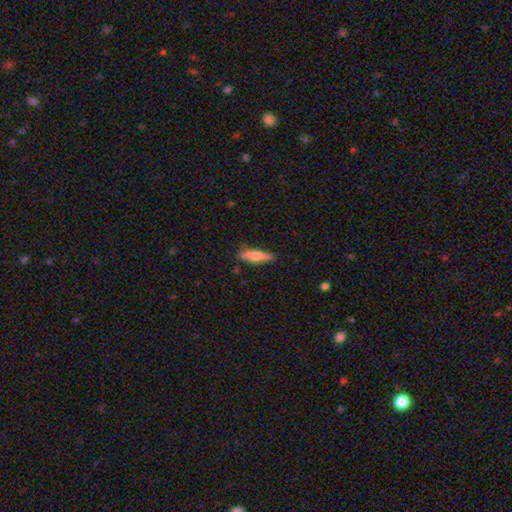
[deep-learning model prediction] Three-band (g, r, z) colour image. It shows a smooth galaxy with no disk features (63%) that is cigar-shaped (71%). Merging: none (82%).